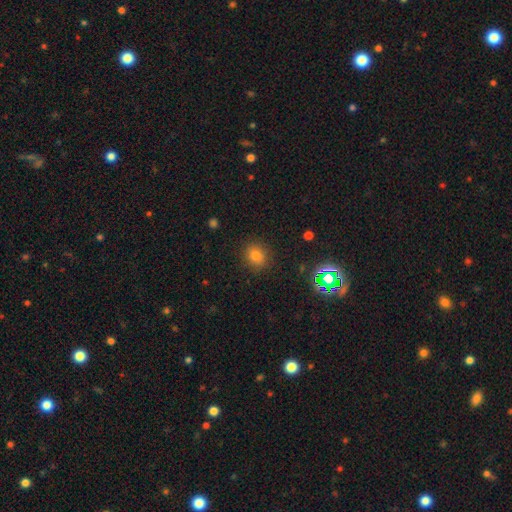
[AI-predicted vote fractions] Smooth or featured: smooth — 76% (star or artifact — 17%)
How rounded: round — 75% (in between — 23%)
Merging: none — 87% (minor disturbance — 9%)